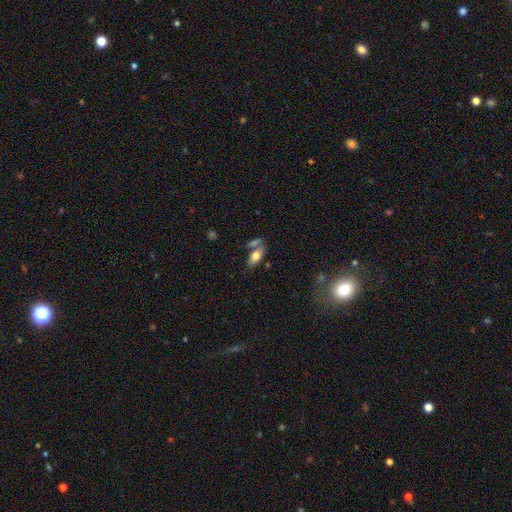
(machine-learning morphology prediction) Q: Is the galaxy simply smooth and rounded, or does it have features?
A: smooth — 71%.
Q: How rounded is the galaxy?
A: in between — 86%.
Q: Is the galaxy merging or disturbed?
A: none — 53%.